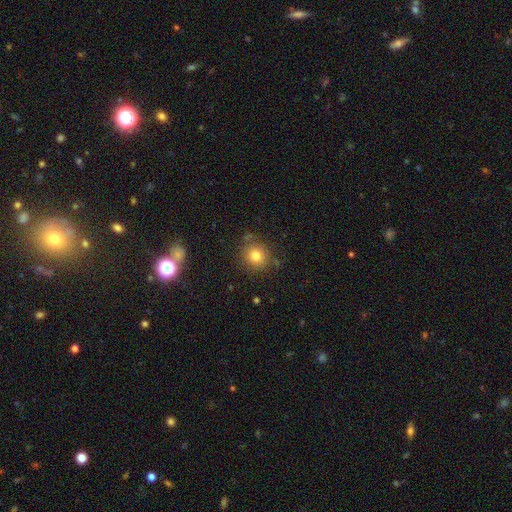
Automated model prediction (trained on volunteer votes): Smooth or featured? Predicted: smooth (p=0.79). How rounded? Predicted: round (p=0.88). Merging? Predicted: none (p=0.81).